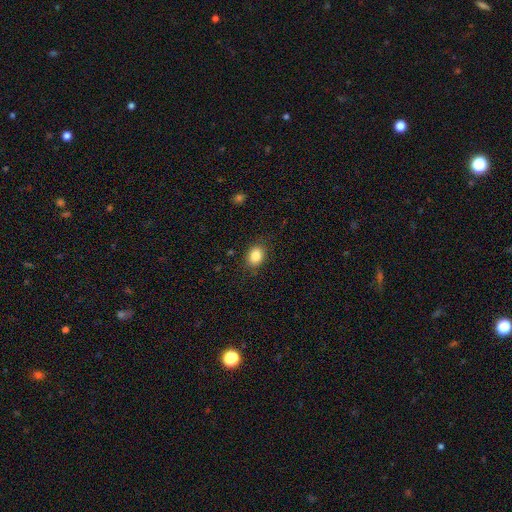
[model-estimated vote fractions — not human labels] Q: Smooth or featured?
A: smooth (84%); runner-up: star or artifact (10%)
Q: How rounded?
A: in between (60%); runner-up: round (39%)
Q: Merging?
A: none (86%); runner-up: minor disturbance (10%)